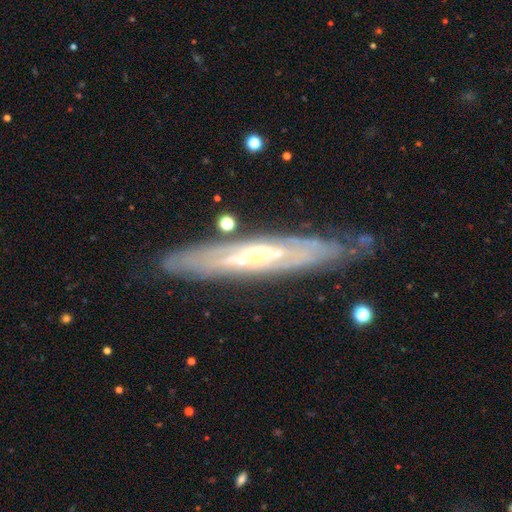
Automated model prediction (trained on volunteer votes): Smooth or featured?
  - featured or disk: 79% *
  - smooth: 15%
  - star or artifact: 6%
Edge-on disk?
  - yes: 52% *
  - no: 48%
Merging?
  - none: 78% *
  - minor disturbance: 15%
  - major disturbance: 4%
  - merger: 2%